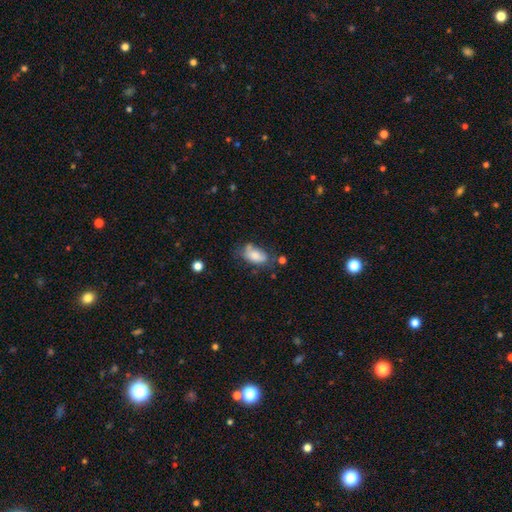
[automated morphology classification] Smooth or featured? Predicted: smooth (p=0.76). How rounded? Predicted: in between (p=0.91). Merging? Predicted: none (p=0.49).